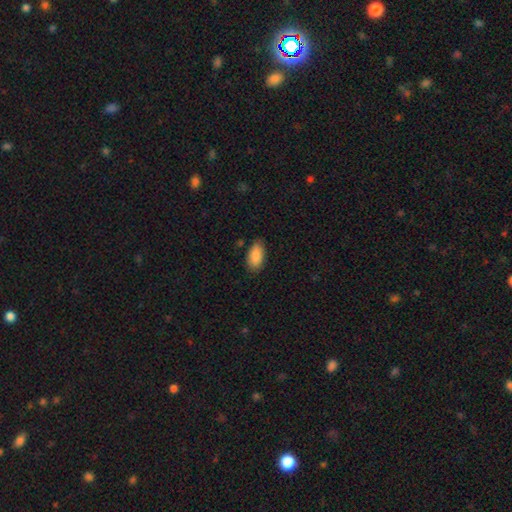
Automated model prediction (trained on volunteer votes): Smooth or featured? Predicted: smooth (p=0.89). How rounded? Predicted: in between (p=0.93). Merging? Predicted: none (p=0.82).